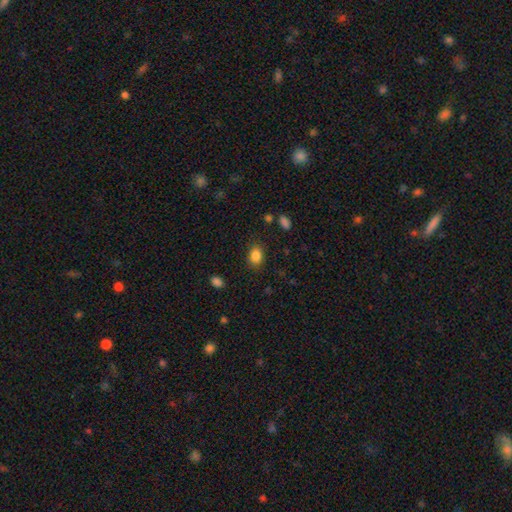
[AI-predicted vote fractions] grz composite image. It shows a smooth galaxy with no disk features (86%) that is in between round and cigar-shaped (71%). Merging: none (83%).